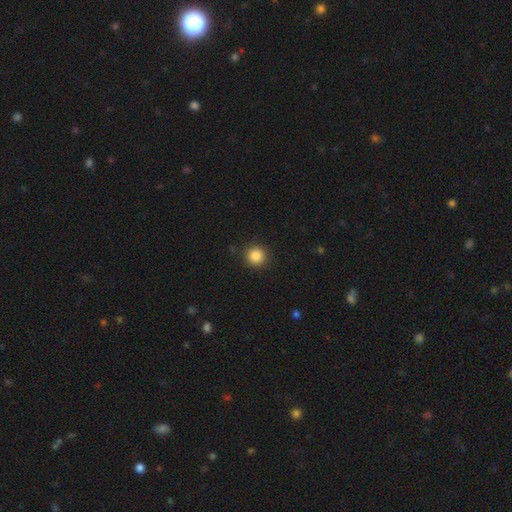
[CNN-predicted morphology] A smooth galaxy with no disk features (86%) that is round (94%).

Vote fractions:
- Smooth or featured? smooth: 86% / star or artifact: 10% / featured or disk: 3%
- How rounded? round: 94% / in between: 5% / cigar-shaped: 1%
- Merging? none: 91% / minor disturbance: 6% / major disturbance: 2% / merger: 1%